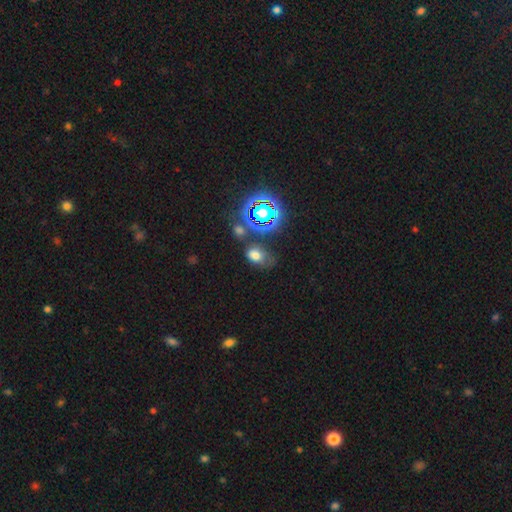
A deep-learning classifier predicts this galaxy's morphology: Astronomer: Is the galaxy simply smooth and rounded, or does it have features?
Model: smooth — 63%.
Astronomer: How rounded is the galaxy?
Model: in between — 76%.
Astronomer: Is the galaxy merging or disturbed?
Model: none — 53%.